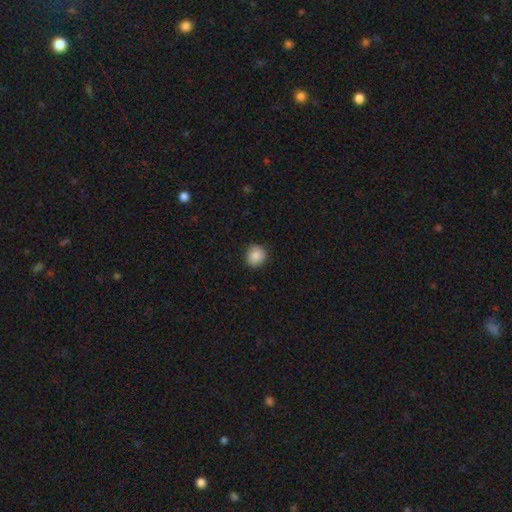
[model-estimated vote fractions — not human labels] Overall: smooth (86%). How rounded: round (87%). Merging: none (87%).